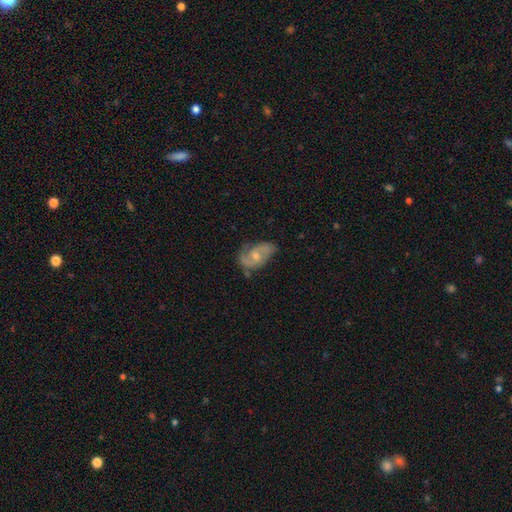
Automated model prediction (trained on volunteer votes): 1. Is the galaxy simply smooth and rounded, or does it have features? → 68% featured or disk, 25% smooth, 7% star or artifact.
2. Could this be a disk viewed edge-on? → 96% no, 4% yes.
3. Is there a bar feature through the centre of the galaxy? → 57% no, 36% weak, 6% strong.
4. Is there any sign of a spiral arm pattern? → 85% yes, 15% no.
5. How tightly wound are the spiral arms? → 47% medium, 30% loose, 24% tight.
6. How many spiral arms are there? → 77% 2, 12% can't tell, 6% 1, 2% 3, 1% 4, 1% more than 4.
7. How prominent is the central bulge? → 49% moderate, 44% small, 4% none, 2% large, 1% dominant.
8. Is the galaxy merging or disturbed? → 58% none, 28% minor disturbance, 12% major disturbance, 2% merger.